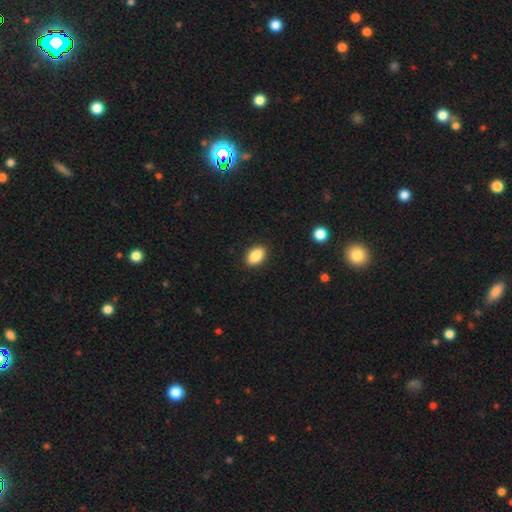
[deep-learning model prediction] smooth_or_featured: smooth (p=0.88) [alt: star or artifact p=0.08]
how_rounded: in between (p=0.91) [alt: round p=0.07]
merging: none (p=0.90) [alt: minor disturbance p=0.07]